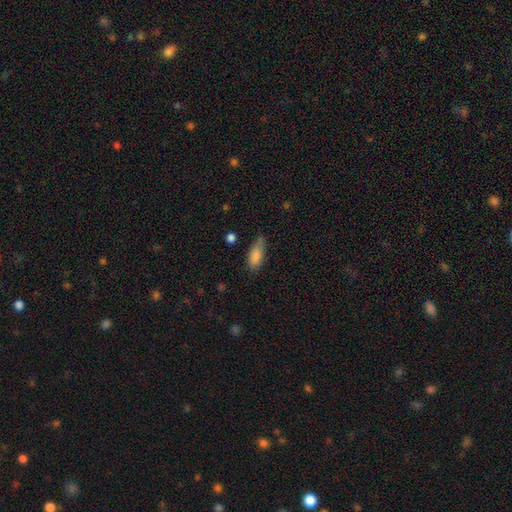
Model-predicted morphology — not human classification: Overall: smooth (83%). How rounded: in between (79%). Merging: none (53%; minor disturbance 34%).